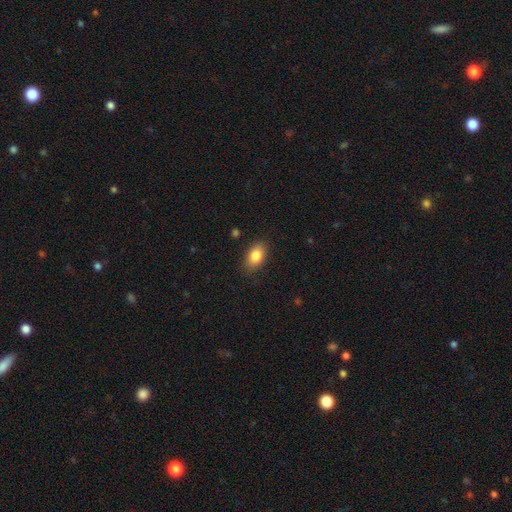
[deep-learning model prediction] Overall: smooth (85%). How rounded: in between (88%). Merging: none (85%).